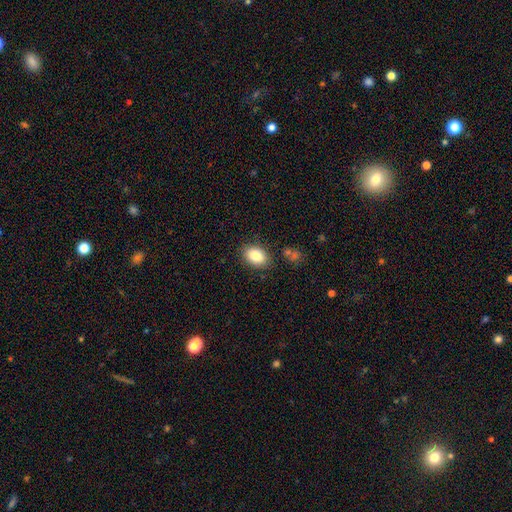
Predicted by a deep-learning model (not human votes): Morphology: type=smooth (86%); roundness=in between (84%); merging=none (85%).